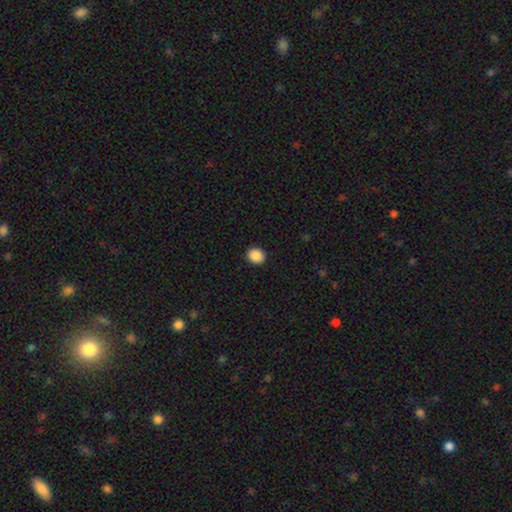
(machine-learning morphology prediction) A smooth galaxy with no disk features (89%) that is round (71%). Merging: none (91%).